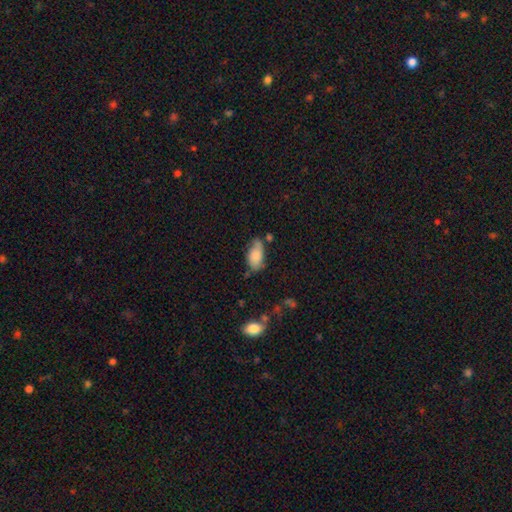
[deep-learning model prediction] Morphology: type=smooth (78%); roundness=in between (92%); merging=none (48%).